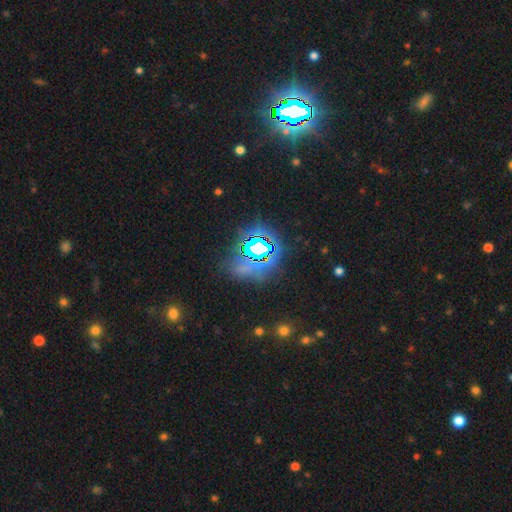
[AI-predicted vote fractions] This appears to be a star or artifact, not a galaxy (81%).